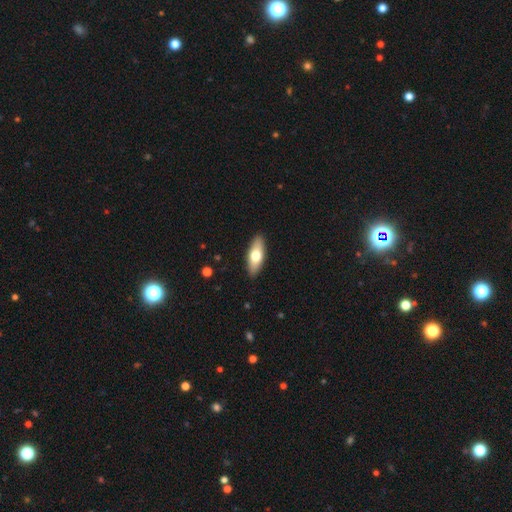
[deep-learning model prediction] Smooth or featured: smooth — 66% (featured or disk — 28%)
How rounded: in between — 71% (cigar-shaped — 26%)
Merging: none — 90% (minor disturbance — 7%)